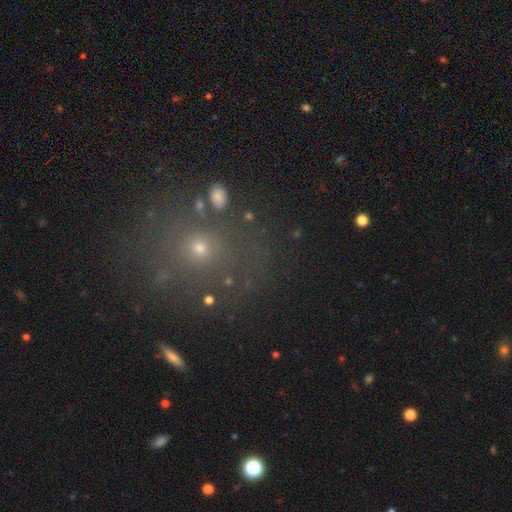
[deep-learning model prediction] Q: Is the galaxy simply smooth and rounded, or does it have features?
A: smooth — 48%.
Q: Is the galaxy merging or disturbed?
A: none — 79%.